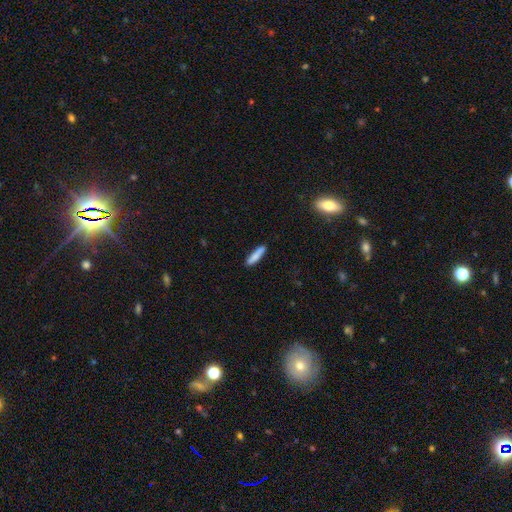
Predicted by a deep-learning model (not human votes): A smooth galaxy with no disk features (83%) that is cigar-shaped (83%).

Vote fractions:
- Smooth or featured? smooth: 83% / featured or disk: 11% / star or artifact: 6%
- How rounded? cigar-shaped: 83% / in between: 15% / round: 1%
- Merging? none: 87% / minor disturbance: 10% / major disturbance: 2% / merger: 2%